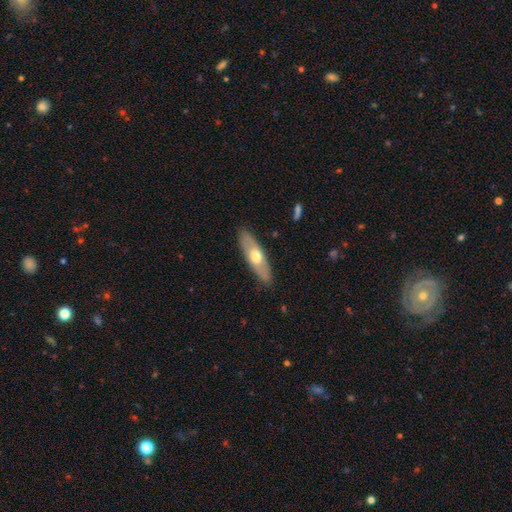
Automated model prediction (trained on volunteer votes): Smooth or featured? Predicted: smooth (p=0.52). How rounded? Predicted: cigar-shaped (p=0.51). Merging? Predicted: none (p=0.87).